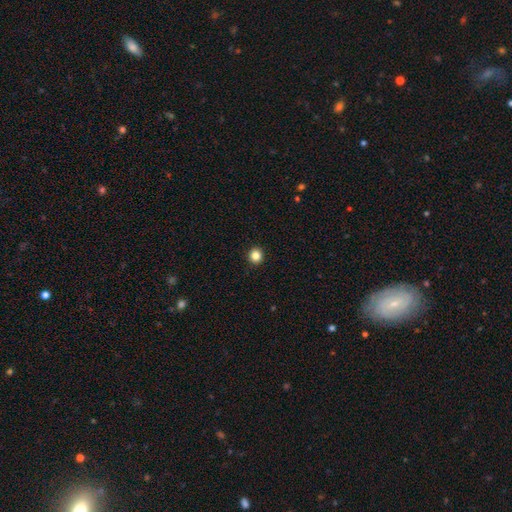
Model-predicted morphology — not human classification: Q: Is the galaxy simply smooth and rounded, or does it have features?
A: smooth — 85%.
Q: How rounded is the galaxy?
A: round — 94%.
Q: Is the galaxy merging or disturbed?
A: none — 94%.